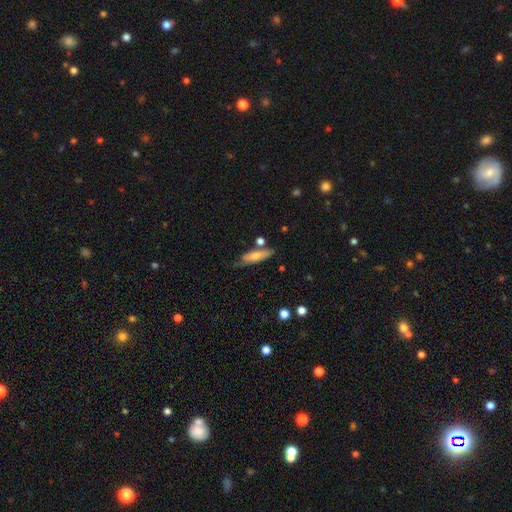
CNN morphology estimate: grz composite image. It shows a smooth galaxy with no disk features (63%) that is cigar-shaped (58%). Merging: none (61%).